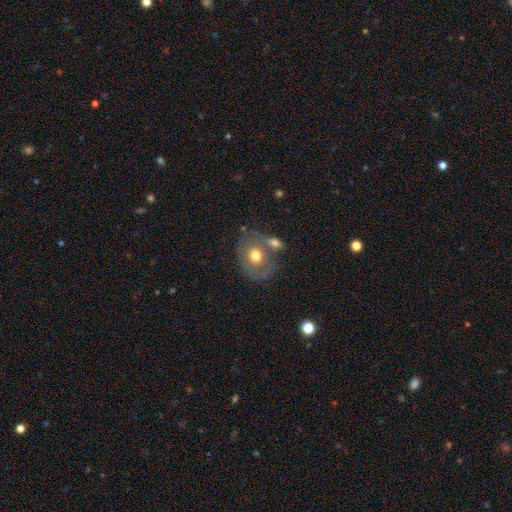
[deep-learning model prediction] smooth-or-featured: smooth: 56% | featured or disk: 36% | star or artifact: 8%
  how-rounded: in between: 54% | round: 44% | cigar-shaped: 1%
  merging: none: 51% | merger: 26% | minor disturbance: 16% | major disturbance: 7%